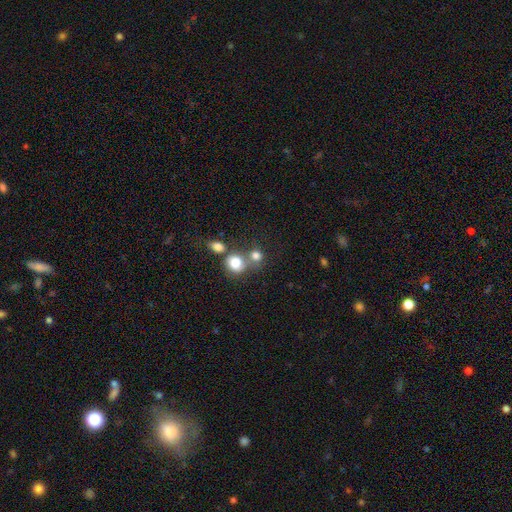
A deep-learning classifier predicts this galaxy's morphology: A smooth galaxy with no disk features (78%) that is round (78%). Merging: none (45%).